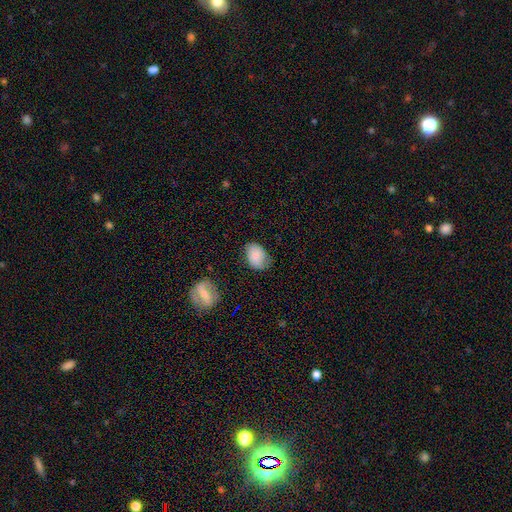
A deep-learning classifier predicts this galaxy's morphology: This is clearly a smooth galaxy (81%). How rounded: likely in between (75%). Merging: likely none (65%).